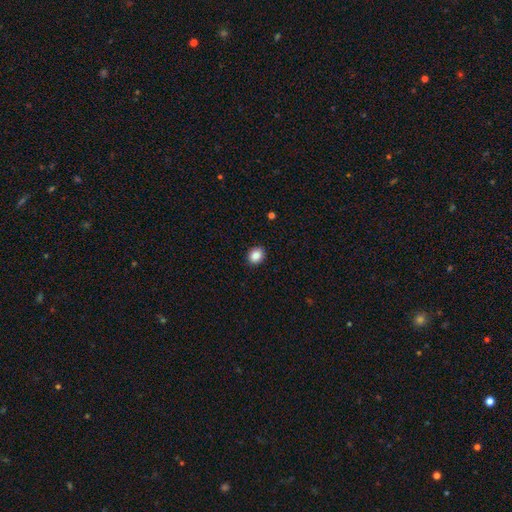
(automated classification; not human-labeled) This appears to be a smooth galaxy with no disk features (88%) that is round (57%). Merging: none (90%).